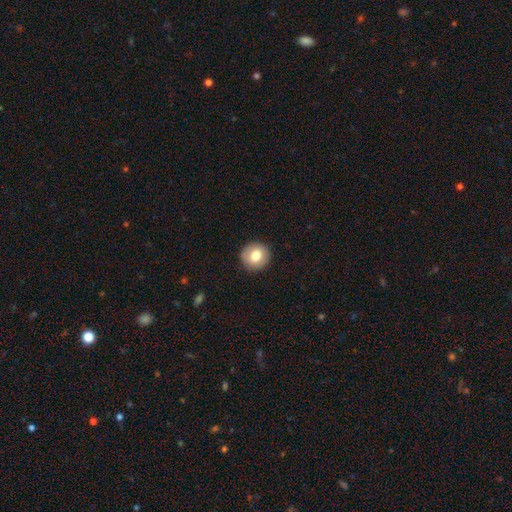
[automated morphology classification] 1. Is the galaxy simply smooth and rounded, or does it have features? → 78% smooth, 14% featured or disk, 8% star or artifact.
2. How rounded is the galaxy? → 91% round, 8% in between, 1% cigar-shaped.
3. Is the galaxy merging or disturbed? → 90% none, 7% minor disturbance, 2% major disturbance, 1% merger.